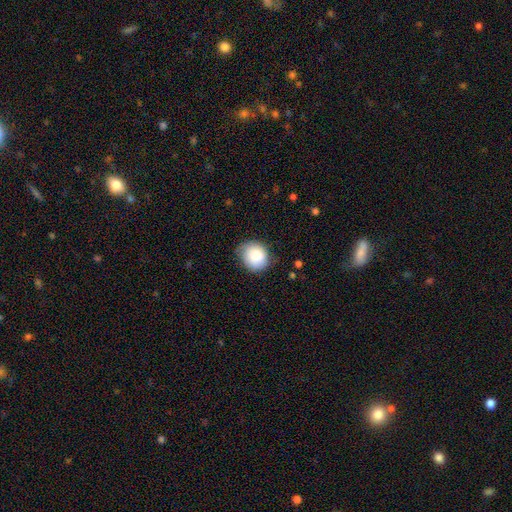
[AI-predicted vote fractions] Q: Smooth or featured?
A: smooth (82%); runner-up: featured or disk (10%)
Q: How rounded?
A: round (77%); runner-up: in between (22%)
Q: Merging?
A: none (67%); runner-up: minor disturbance (27%)